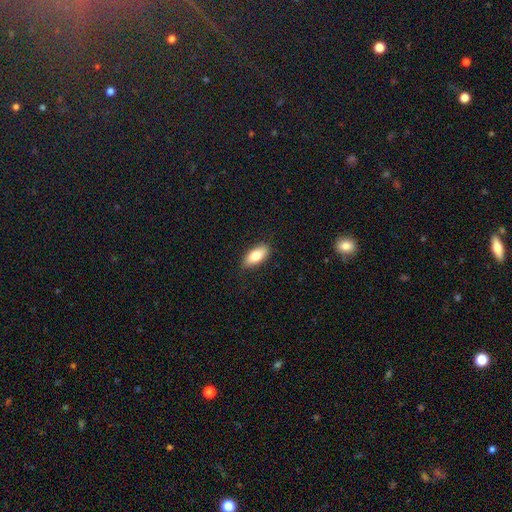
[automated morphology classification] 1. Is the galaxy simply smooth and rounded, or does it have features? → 80% smooth, 13% featured or disk, 7% star or artifact.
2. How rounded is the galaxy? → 86% in between, 11% cigar-shaped, 3% round.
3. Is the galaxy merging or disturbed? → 86% none, 10% minor disturbance, 2% major disturbance, 1% merger.